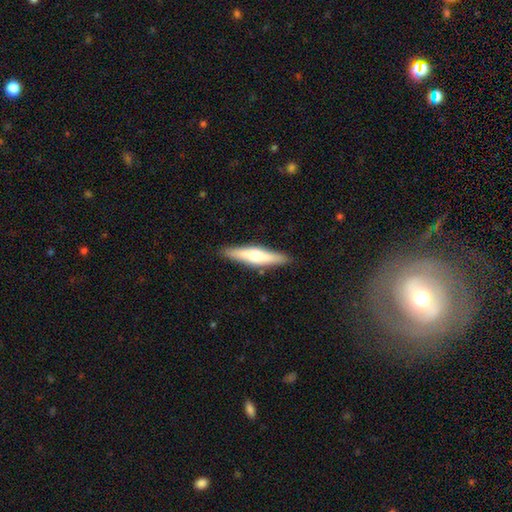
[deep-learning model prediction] smooth_or_featured: smooth (p=0.53) [alt: featured or disk p=0.42]
how_rounded: cigar-shaped (p=0.82) [alt: in between p=0.17]
merging: none (p=0.89) [alt: minor disturbance p=0.08]